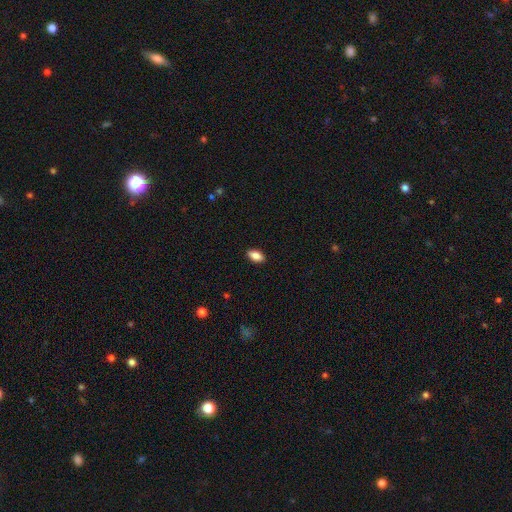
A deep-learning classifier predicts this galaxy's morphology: Smooth or featured? Predicted: smooth (p=0.85). How rounded? Predicted: in between (p=0.90). Merging? Predicted: none (p=0.89).